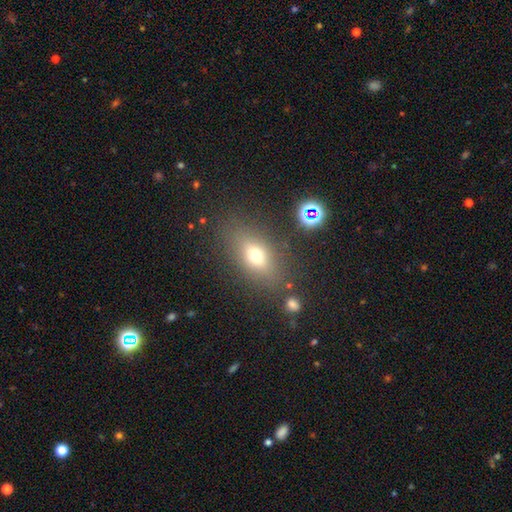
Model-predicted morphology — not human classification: Smooth or featured: smooth — 68% (featured or disk — 18%)
How rounded: in between — 75% (round — 15%)
Merging: none — 79% (minor disturbance — 12%)